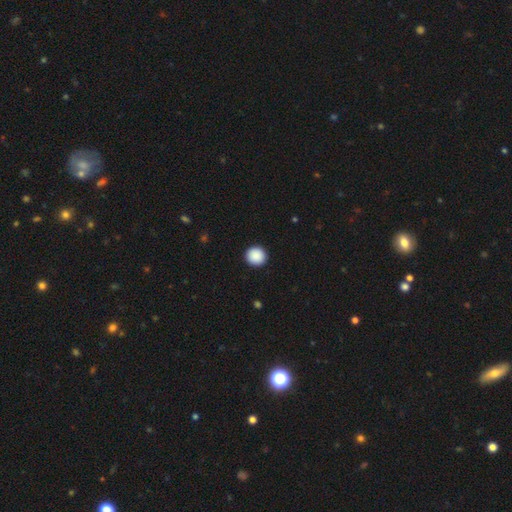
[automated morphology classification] This appears to be a smooth galaxy with no disk features (90%) that is round (94%). Merging: none (93%).